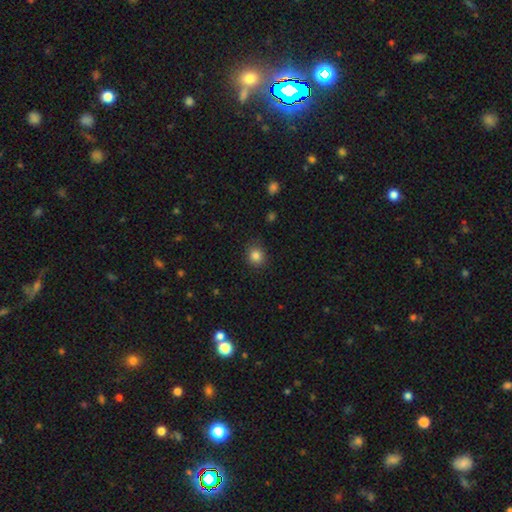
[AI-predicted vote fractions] The model was most divided on "how rounded": round: 81%, in between: 18%, cigar-shaped: 1%. More confident: merging — none (86%); smooth or featured — smooth (84%).